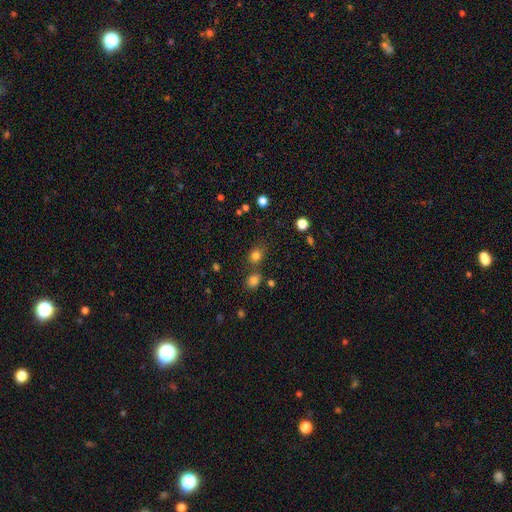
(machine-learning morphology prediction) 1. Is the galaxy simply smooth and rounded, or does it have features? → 79% smooth, 15% star or artifact, 6% featured or disk.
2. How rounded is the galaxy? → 59% round, 40% in between, 1% cigar-shaped.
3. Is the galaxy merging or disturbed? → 68% none, 15% merger, 12% minor disturbance, 4% major disturbance.